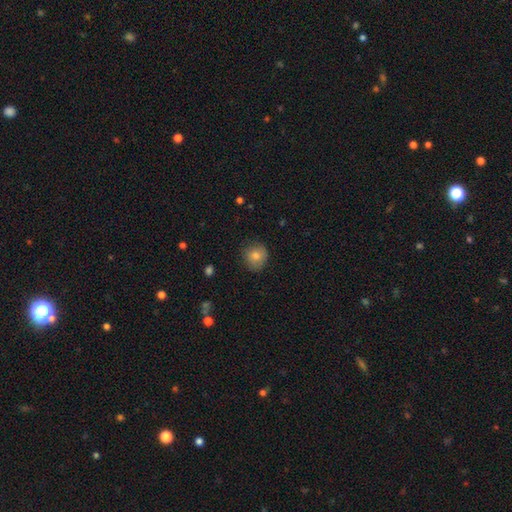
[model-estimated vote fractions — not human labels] smooth 79%, featured or disk 10%, star or artifact 10%. Down the decision tree: how rounded — round (88%); merging — none (83%).